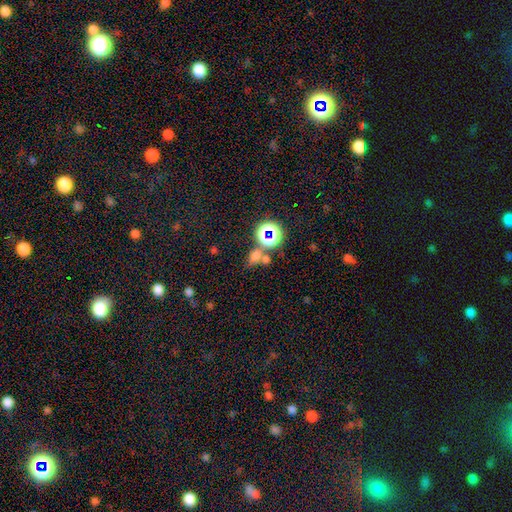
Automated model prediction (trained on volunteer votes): smooth 59%, star or artifact 32%, featured or disk 9%. Down the decision tree: how rounded — in between (55%); merging — none (51%).